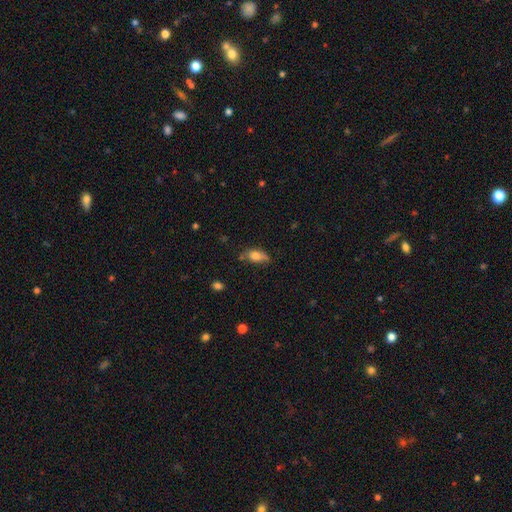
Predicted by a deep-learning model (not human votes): smooth-or-featured: smooth: 75% | featured or disk: 17% | star or artifact: 8%
  how-rounded: in between: 84% | cigar-shaped: 11% | round: 5%
  merging: none: 63% | minor disturbance: 27% | major disturbance: 6% | merger: 4%